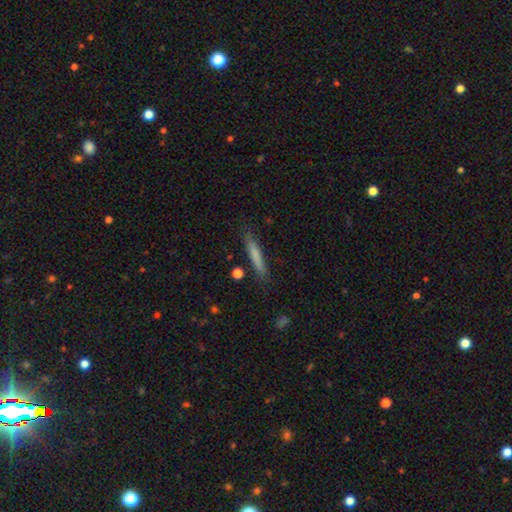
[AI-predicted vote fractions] smooth_or_featured: smooth (p=0.72) [alt: featured or disk p=0.22]
how_rounded: cigar-shaped (p=0.93) [alt: in between p=0.05]
merging: none (p=0.81) [alt: minor disturbance p=0.14]